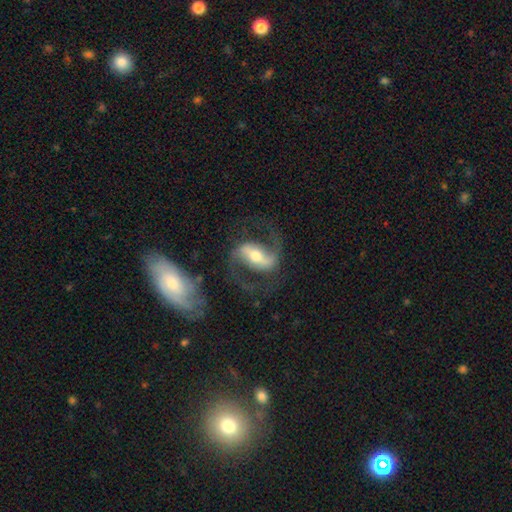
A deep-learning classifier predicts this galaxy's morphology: A featured or disk galaxy (88%) with a strong bar (59%), 2 (93%) medium (50%) spiral arms (96%) and a moderate central bulge (62%). Merging: none (72%).